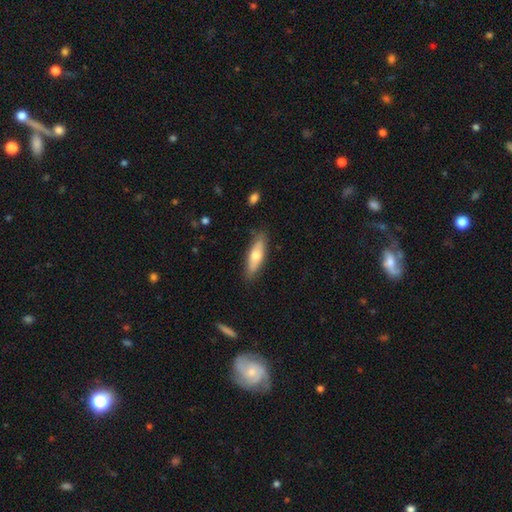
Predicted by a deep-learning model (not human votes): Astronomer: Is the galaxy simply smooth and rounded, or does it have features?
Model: smooth — 60%.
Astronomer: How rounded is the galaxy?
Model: in between — 51% (runner-up: cigar-shaped, 47%).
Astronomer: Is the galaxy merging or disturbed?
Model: none — 83%.